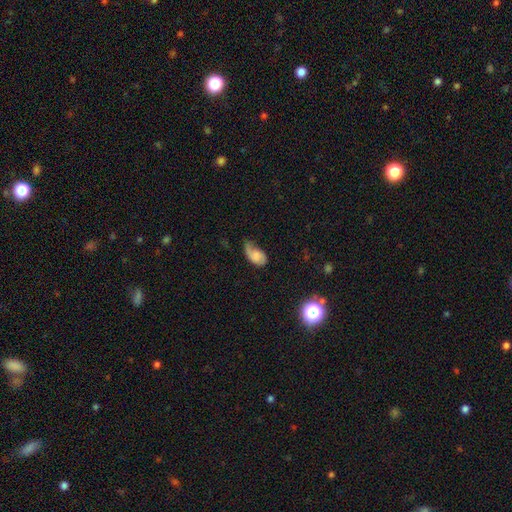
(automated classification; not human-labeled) This is possibly a smooth galaxy (52%). How rounded: clearly in between (89%). Merging: marginally minor disturbance (36%).